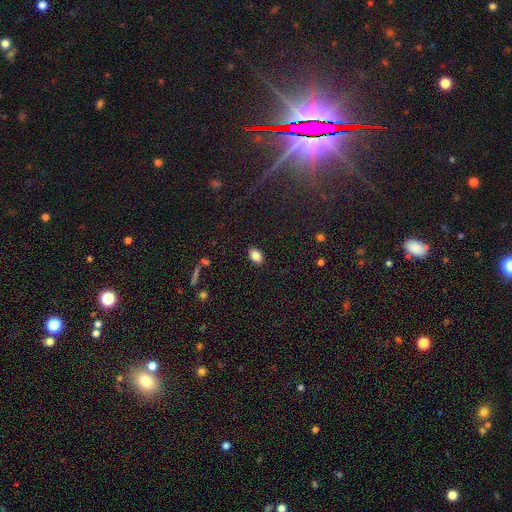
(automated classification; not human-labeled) This appears to be a smooth galaxy with no disk features (84%) that is in between round and cigar-shaped (87%). Merging: none (88%).